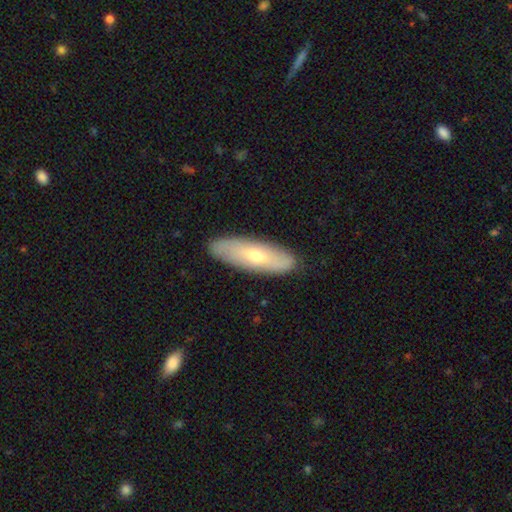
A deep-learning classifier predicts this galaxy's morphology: smooth 49%, featured or disk 45%, star or artifact 7%. Down the decision tree: merging — none (88%).